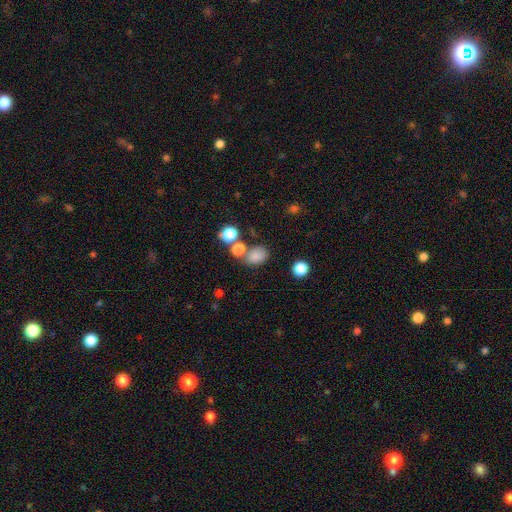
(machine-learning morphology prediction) A smooth galaxy with no disk features (79%) that is in between round and cigar-shaped (66%).

Vote fractions:
- Smooth or featured? smooth: 79% / star or artifact: 14% / featured or disk: 7%
- How rounded? in between: 66% / round: 33% / cigar-shaped: 1%
- Merging? none: 61% / merger: 18% / minor disturbance: 15% / major disturbance: 6%